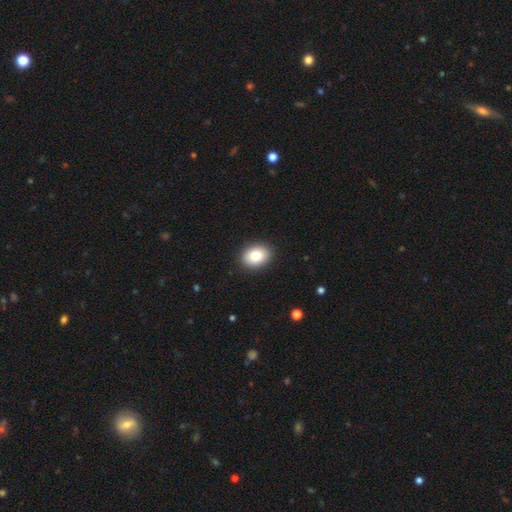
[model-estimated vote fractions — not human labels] This is clearly a smooth galaxy (83%). How rounded: likely in between (68%). Merging: clearly none (91%).